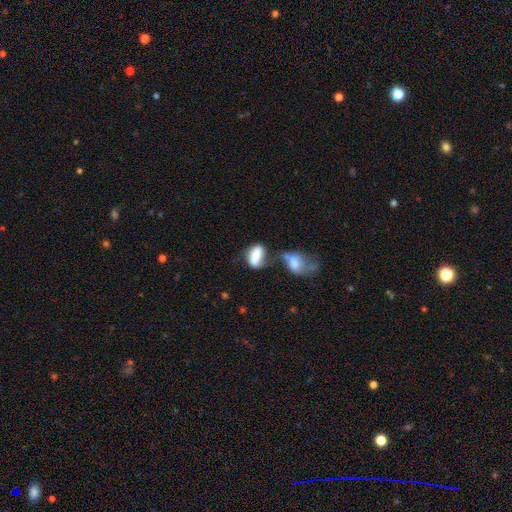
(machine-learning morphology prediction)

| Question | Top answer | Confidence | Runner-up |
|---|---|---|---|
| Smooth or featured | smooth | 67% | featured or disk (25%) |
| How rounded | in between | 86% | round (8%) |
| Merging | merger | 40% | none (27%) |